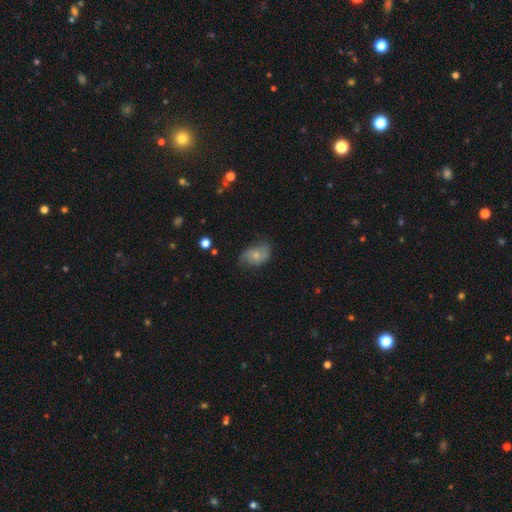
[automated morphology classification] Smooth or featured? smooth (57%)
How rounded? in between (83%)
Merging? none (57%)